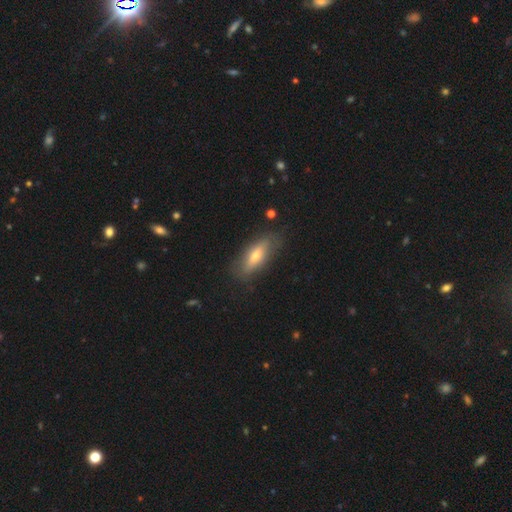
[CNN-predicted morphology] smooth 54%, featured or disk 39%, star or artifact 7%. Down the decision tree: how rounded — in between (60%); merging — none (79%).